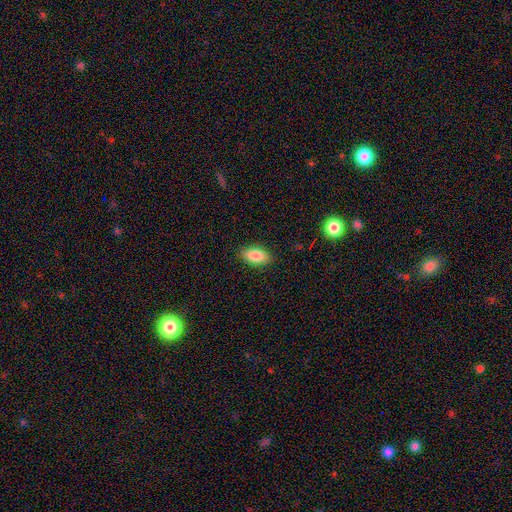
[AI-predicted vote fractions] Smooth or featured? Predicted: smooth (p=0.87). How rounded? Predicted: in between (p=0.92). Merging? Predicted: none (p=0.87).